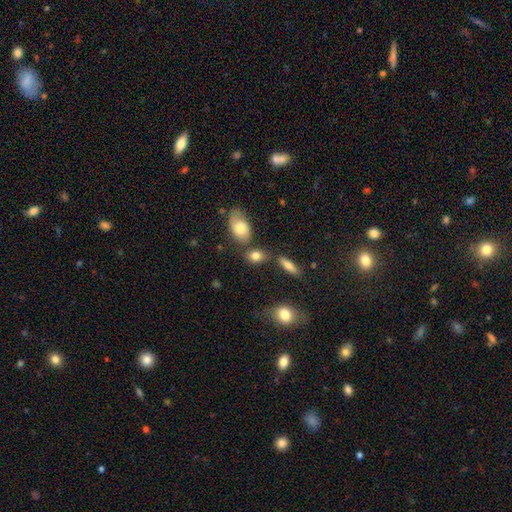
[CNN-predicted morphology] A smooth galaxy with no disk features (79%) that is in between round and cigar-shaped (73%). Merging: none (65%).